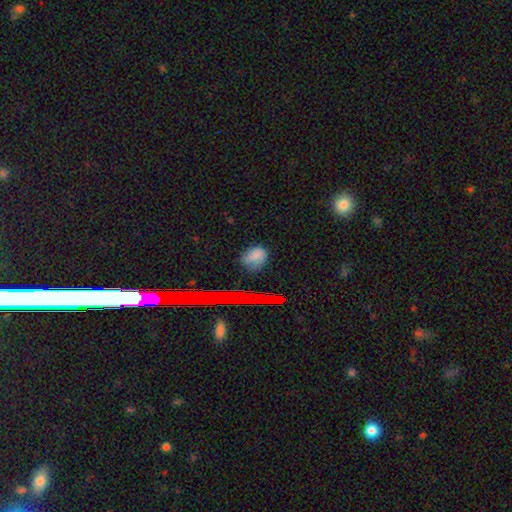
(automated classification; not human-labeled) Overall: smooth (71%). How rounded: in between (52%; round 46%). Merging: none (63%; minor disturbance 27%).